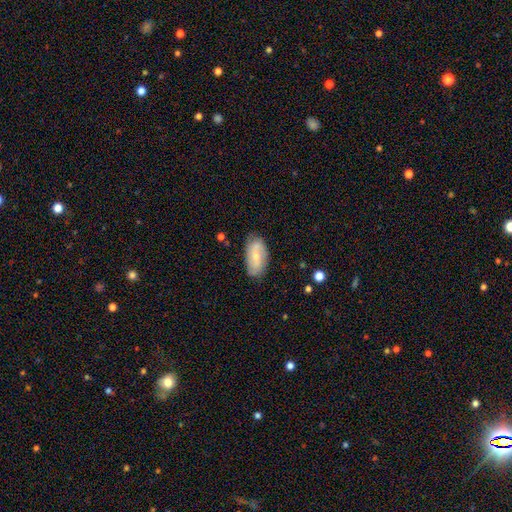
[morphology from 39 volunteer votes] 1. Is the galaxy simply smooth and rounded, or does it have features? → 54% featured or disk, 36% smooth, 10% star or artifact.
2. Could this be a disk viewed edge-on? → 90% no, 10% yes.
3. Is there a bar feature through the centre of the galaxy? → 47% weak, 37% no, 16% strong.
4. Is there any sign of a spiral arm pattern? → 89% yes, 11% no.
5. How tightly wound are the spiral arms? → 47% loose, 29% tight, 24% medium.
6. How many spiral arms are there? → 71% 2, 29% can't tell, 0% 1, 0% 3, 0% 4, 0% more than 4.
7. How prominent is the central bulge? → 53% moderate, 47% small, 0% dominant, 0% large, 0% none.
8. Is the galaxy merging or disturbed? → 77% none, 20% minor disturbance, 3% merger, 0% major disturbance.